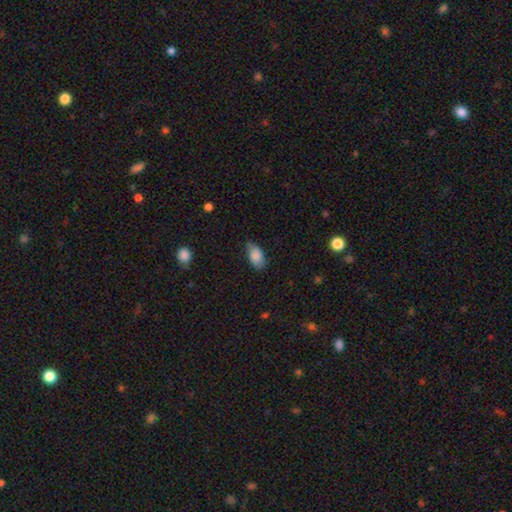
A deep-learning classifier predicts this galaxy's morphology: Q: Smooth or featured?
A: smooth (85%); runner-up: featured or disk (7%)
Q: How rounded?
A: in between (92%); runner-up: round (5%)
Q: Merging?
A: none (64%); runner-up: minor disturbance (30%)